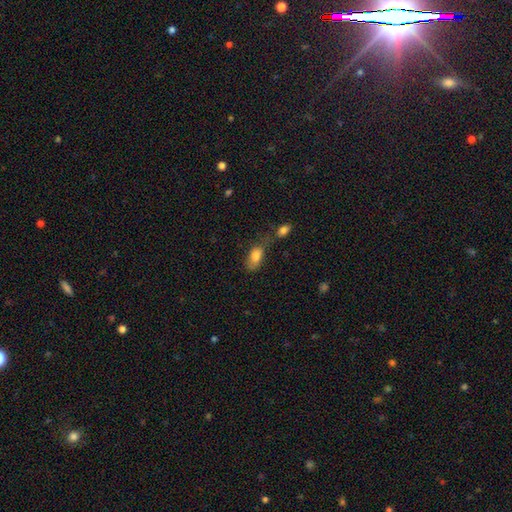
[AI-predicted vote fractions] Smooth or featured?
  - smooth: 79% *
  - featured or disk: 13%
  - star or artifact: 8%
How rounded?
  - in between: 89% *
  - round: 7%
  - cigar-shaped: 5%
Merging?
  - none: 37% *
  - merger: 25%
  - minor disturbance: 24%
  - major disturbance: 14%